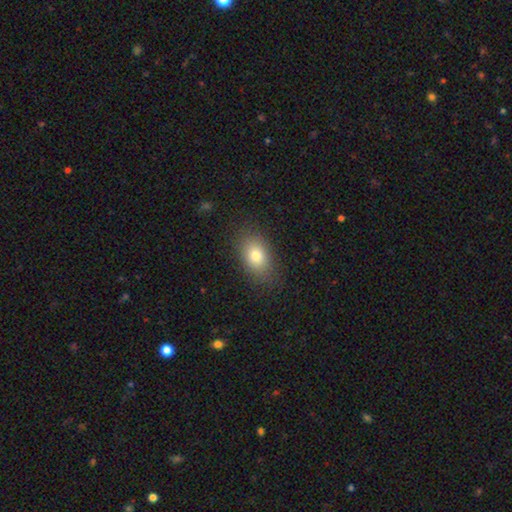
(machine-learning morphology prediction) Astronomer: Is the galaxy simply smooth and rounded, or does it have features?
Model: smooth — 80%.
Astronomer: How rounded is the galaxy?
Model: in between — 83%.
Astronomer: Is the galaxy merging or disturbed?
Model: none — 84%.